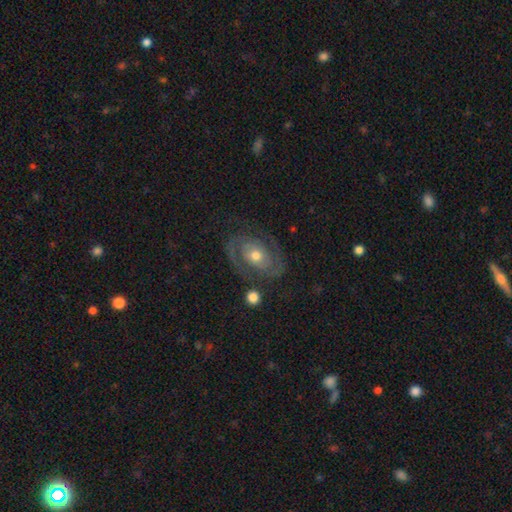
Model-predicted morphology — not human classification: Smooth or featured? Predicted: featured or disk (p=0.81). Edge-on disk? Predicted: no (p=0.97). Bar? Predicted: no (p=0.74). Spiral arms? Predicted: yes (p=0.87). Spiral winding? Predicted: tight (p=0.49). Spiral arm count? Predicted: 2 (p=0.84). Bulge size? Predicted: moderate (p=0.70). Merging? Predicted: none (p=0.74).